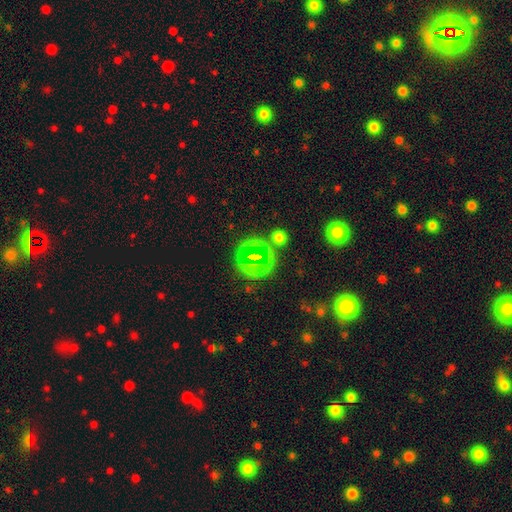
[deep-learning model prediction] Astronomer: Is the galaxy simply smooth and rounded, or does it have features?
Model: star or artifact — 63%.